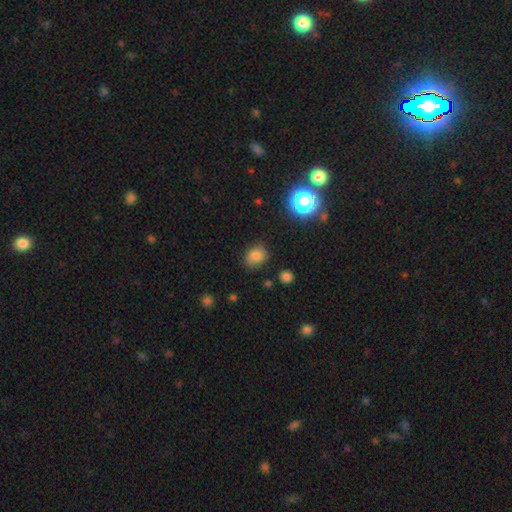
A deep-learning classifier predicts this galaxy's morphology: Smooth or featured? Predicted: smooth (p=0.78). How rounded? Predicted: round (p=0.50). Merging? Predicted: none (p=0.79).